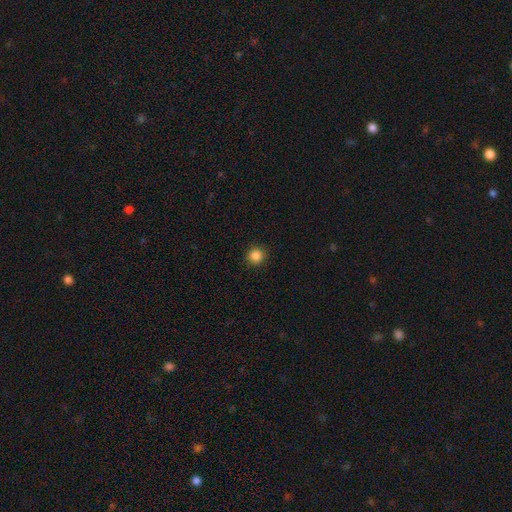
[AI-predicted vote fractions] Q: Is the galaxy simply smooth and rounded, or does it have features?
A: smooth — 86%.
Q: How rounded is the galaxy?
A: round — 95%.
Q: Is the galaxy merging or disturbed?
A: none — 92%.